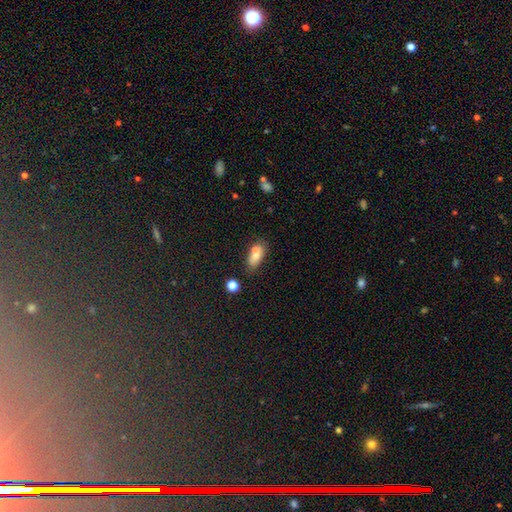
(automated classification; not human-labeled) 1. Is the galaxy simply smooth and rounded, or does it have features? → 68% smooth, 20% featured or disk, 11% star or artifact.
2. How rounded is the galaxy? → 77% in between, 12% round, 10% cigar-shaped.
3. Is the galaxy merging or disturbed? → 45% none, 36% merger, 14% minor disturbance, 5% major disturbance.